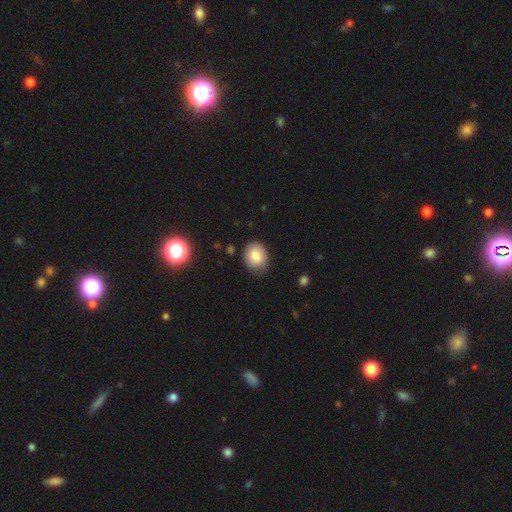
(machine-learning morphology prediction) This appears to be a smooth galaxy with no disk features (83%) that is round (53%). Merging: none (76%).